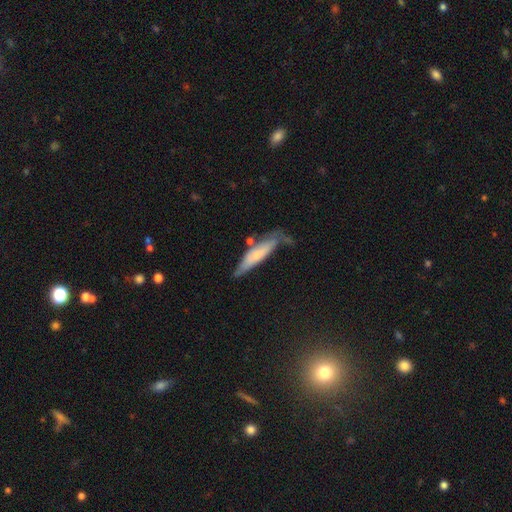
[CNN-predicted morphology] smooth-or-featured: smooth: 58% | featured or disk: 36% | star or artifact: 6%
  how-rounded: cigar-shaped: 79% | in between: 20% | round: 2%
  merging: none: 50% | minor disturbance: 31% | major disturbance: 11% | merger: 9%